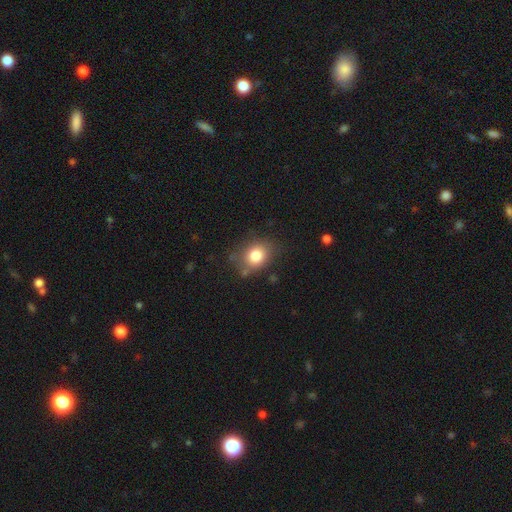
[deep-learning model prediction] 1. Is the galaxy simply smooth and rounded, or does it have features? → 81% smooth, 10% star or artifact, 9% featured or disk.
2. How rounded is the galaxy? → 51% round, 48% in between, 1% cigar-shaped.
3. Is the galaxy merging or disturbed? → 74% none, 17% minor disturbance, 5% major disturbance, 4% merger.